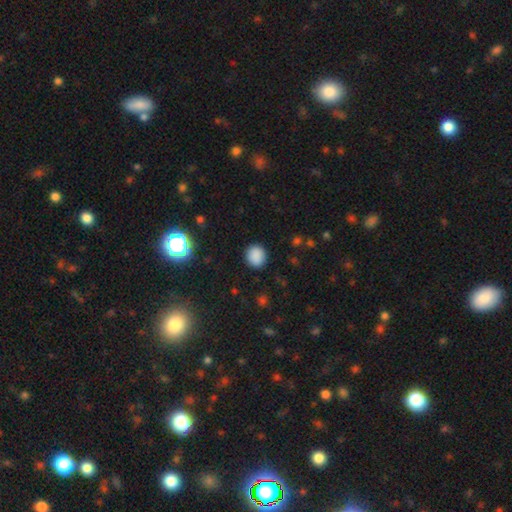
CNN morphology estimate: Smooth or featured? Predicted: smooth (p=0.86). How rounded? Predicted: round (p=0.82). Merging? Predicted: none (p=0.89).